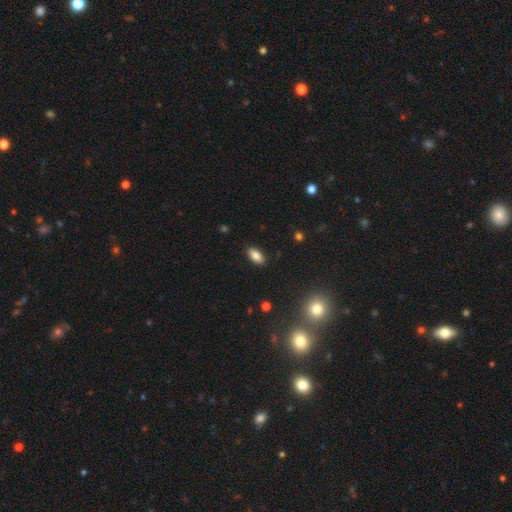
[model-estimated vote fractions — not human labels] smooth-or-featured: smooth: 84% | star or artifact: 9% | featured or disk: 7%
  how-rounded: in between: 91% | cigar-shaped: 6% | round: 3%
  merging: none: 89% | minor disturbance: 8% | major disturbance: 2% | merger: 1%